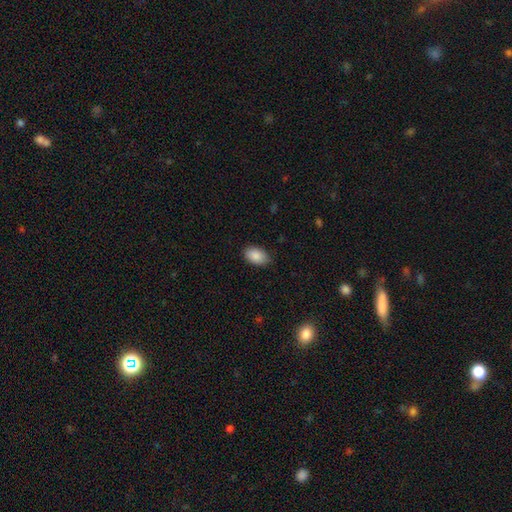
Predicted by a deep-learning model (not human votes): A smooth galaxy with no disk features (89%) that is in between round and cigar-shaped (91%). Merging: none (83%).